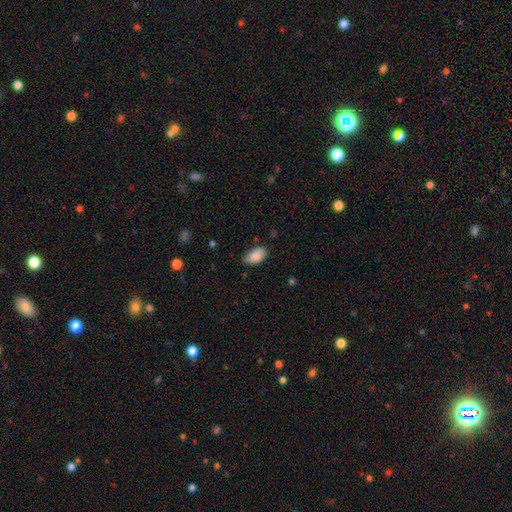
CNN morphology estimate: Smooth or featured? smooth (88%)
How rounded? in between (94%)
Merging? none (69%)